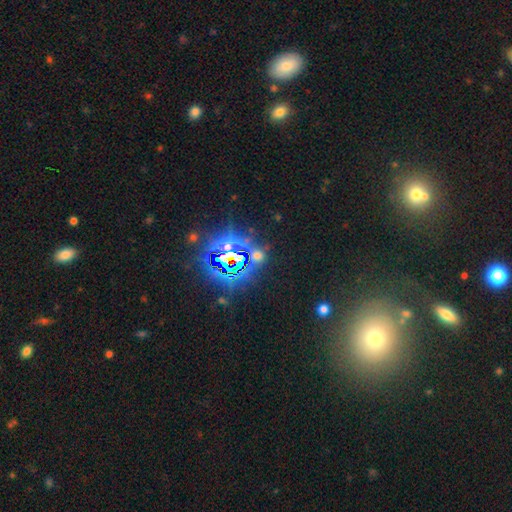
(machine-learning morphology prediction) Smooth or featured?
  - star or artifact: 67% *
  - smooth: 25%
  - featured or disk: 8%